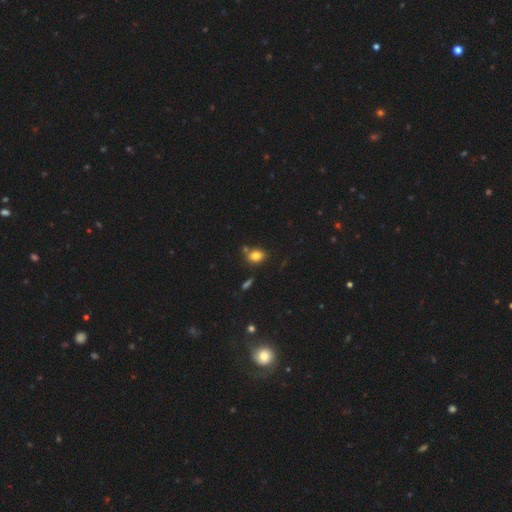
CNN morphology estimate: type=smooth (82%); roundness=in between (56%); merging=none (72%).